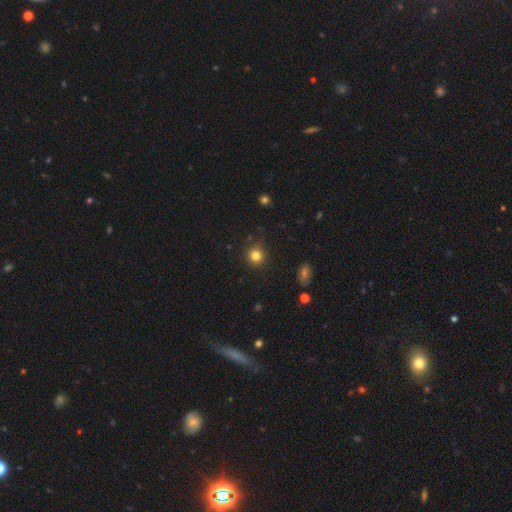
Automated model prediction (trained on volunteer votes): A smooth galaxy with no disk features (81%) that is round (93%).

Vote fractions:
- Smooth or featured? smooth: 81% / star or artifact: 13% / featured or disk: 5%
- How rounded? round: 93% / in between: 6% / cigar-shaped: 1%
- Merging? none: 86% / minor disturbance: 10% / major disturbance: 3% / merger: 2%